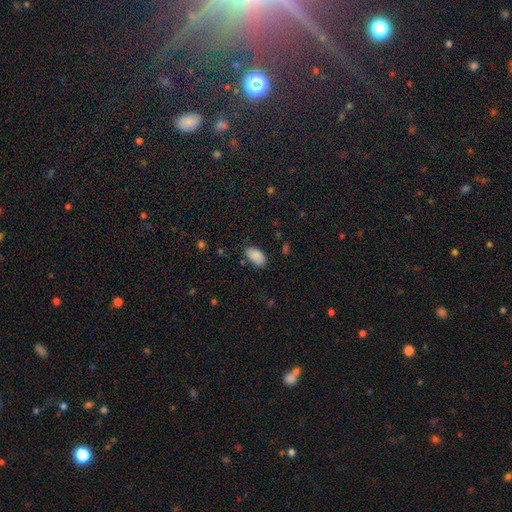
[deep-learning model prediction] Q: Smooth or featured?
A: smooth (89%); runner-up: star or artifact (7%)
Q: How rounded?
A: in between (95%); runner-up: round (3%)
Q: Merging?
A: none (79%); runner-up: minor disturbance (16%)